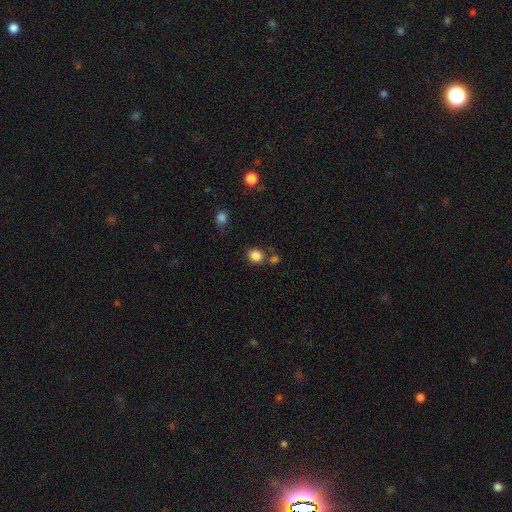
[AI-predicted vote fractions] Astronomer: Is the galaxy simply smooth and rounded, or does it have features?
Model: smooth — 85%.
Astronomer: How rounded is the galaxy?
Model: round — 79%.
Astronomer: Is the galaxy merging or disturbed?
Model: none — 72%.